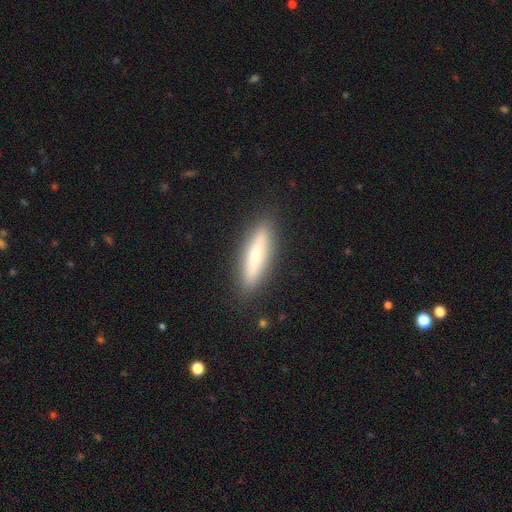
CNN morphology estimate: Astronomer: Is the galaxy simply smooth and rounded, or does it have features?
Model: smooth — 64%.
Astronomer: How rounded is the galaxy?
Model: cigar-shaped — 71%.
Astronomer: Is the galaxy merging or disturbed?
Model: none — 88%.